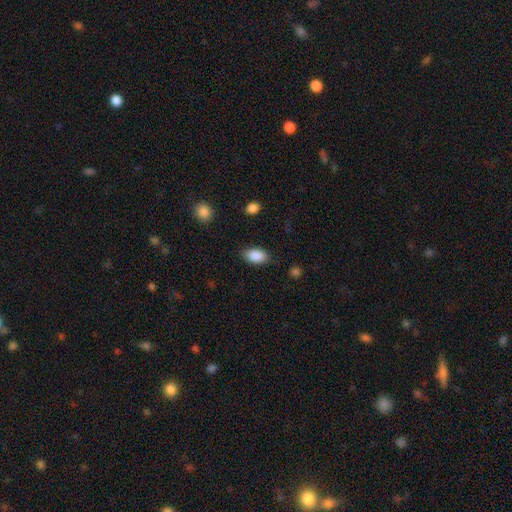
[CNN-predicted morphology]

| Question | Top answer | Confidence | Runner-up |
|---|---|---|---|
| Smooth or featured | smooth | 89% | star or artifact (7%) |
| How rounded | in between | 92% | round (6%) |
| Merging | none | 83% | minor disturbance (12%) |